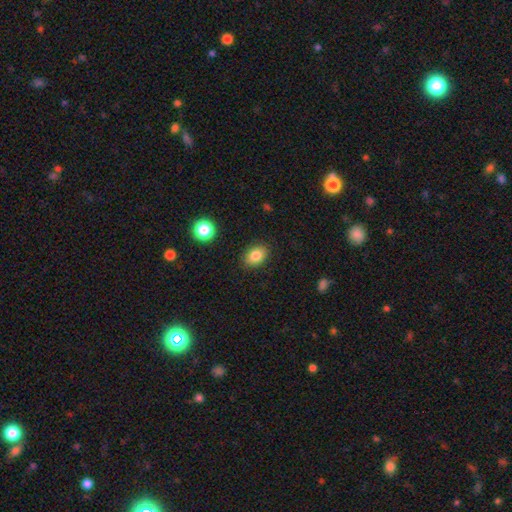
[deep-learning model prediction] Morphology: type=smooth (83%); roundness=in between (72%); merging=none (87%).